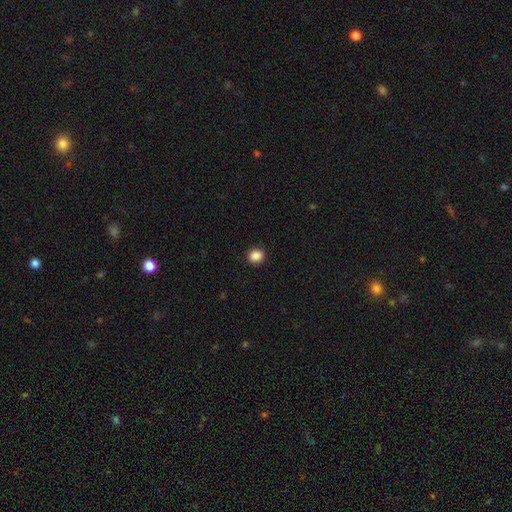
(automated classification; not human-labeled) Morphology: type=smooth (88%); roundness=round (77%); merging=none (91%).